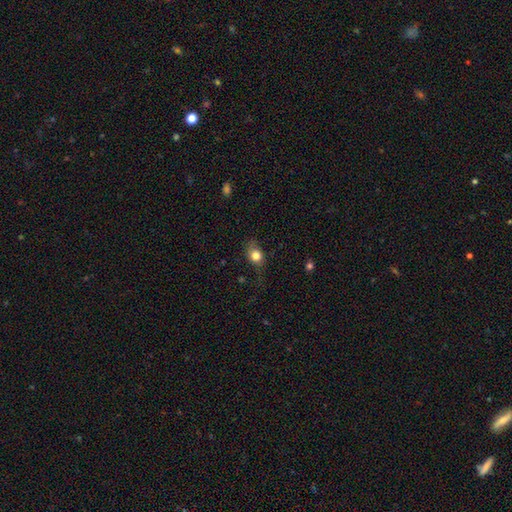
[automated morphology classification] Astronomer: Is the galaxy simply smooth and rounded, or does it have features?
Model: smooth — 78%.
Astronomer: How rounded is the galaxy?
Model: round — 51% (runner-up: in between, 47%).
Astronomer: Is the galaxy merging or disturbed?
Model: none — 53%.